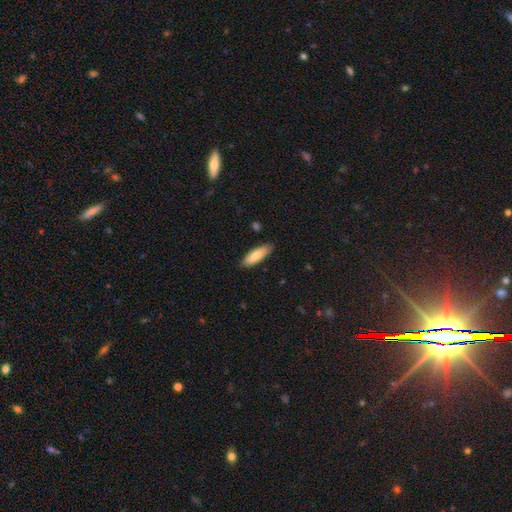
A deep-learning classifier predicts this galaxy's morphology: Overall: smooth (82%). How rounded: cigar-shaped (50%; in between 48%). Merging: none (86%).